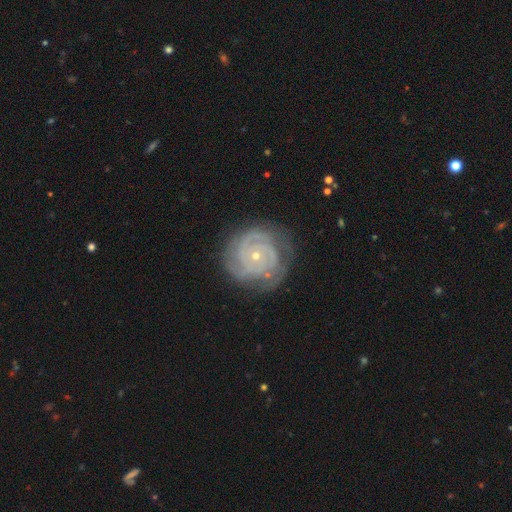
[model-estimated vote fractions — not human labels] Smooth or featured? featured or disk (87%)
Edge-on disk? no (98%)
Bar? no (81%)
Spiral arms? yes (97%)
Spiral winding? tight (79%)
Spiral arm count? 3 (30%)
Bulge size? small (77%)
Merging? none (77%)